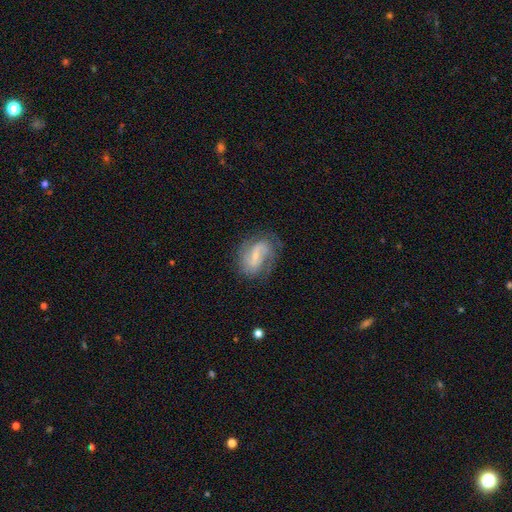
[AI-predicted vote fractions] Q: Smooth or featured?
A: featured or disk (73%); runner-up: smooth (20%)
Q: Edge-on disk?
A: no (97%); runner-up: yes (3%)
Q: Bar?
A: weak (50%); runner-up: strong (27%)
Q: Spiral arms?
A: yes (90%); runner-up: no (10%)
Q: Spiral winding?
A: medium (44%); runner-up: loose (29%)
Q: Spiral arm count?
A: 2 (69%); runner-up: can't tell (15%)
Q: Bulge size?
A: small (63%); runner-up: moderate (24%)
Q: Merging?
A: none (65%); runner-up: minor disturbance (21%)